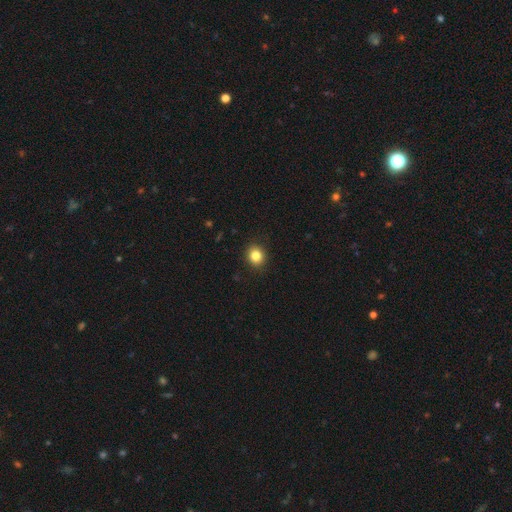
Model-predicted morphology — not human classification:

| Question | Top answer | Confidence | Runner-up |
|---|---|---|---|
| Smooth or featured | smooth | 83% | star or artifact (11%) |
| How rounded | round | 75% | in between (24%) |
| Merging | none | 91% | minor disturbance (7%) |